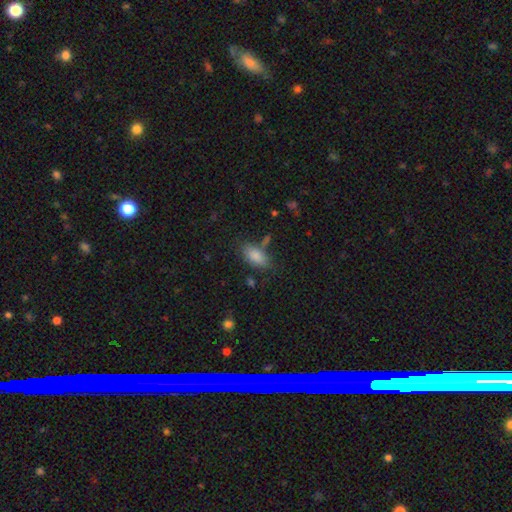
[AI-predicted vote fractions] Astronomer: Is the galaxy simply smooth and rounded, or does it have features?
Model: smooth — 85%.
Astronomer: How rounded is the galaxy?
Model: in between — 90%.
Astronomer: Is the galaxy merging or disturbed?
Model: none — 65%.